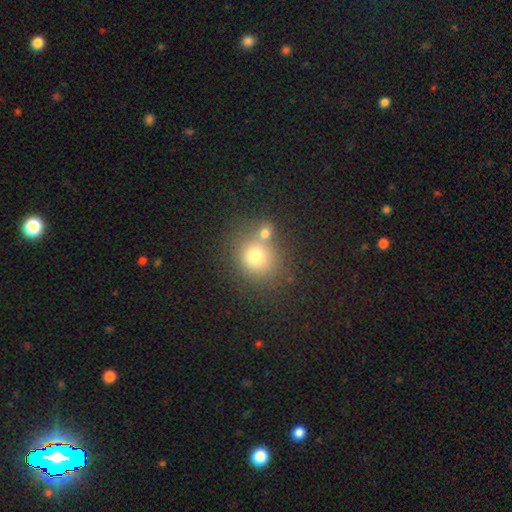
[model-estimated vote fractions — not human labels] Smooth or featured? smooth (73%)
How rounded? round (81%)
Merging? none (55%)